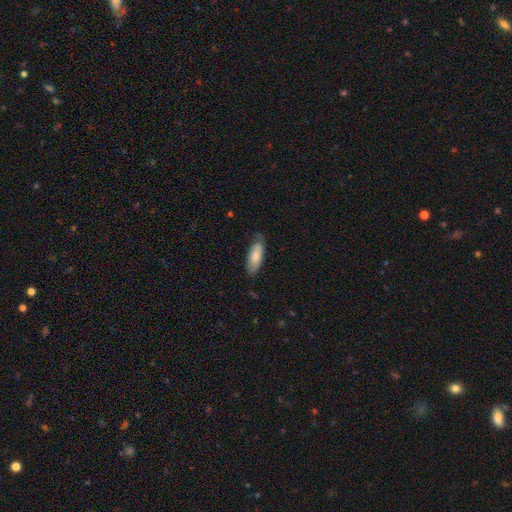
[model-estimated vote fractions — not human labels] This is likely a smooth galaxy (75%). How rounded: likely in between (70%). Merging: likely none (69%).